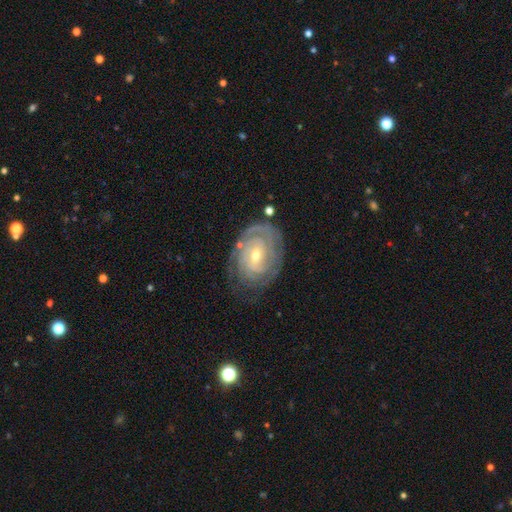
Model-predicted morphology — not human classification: smooth-or-featured: featured or disk: 88% | smooth: 7% | star or artifact: 5%
  disk-edge-on: no: 97% | yes: 3%
    bar: no: 46% | weak: 40% | strong: 14%
    has-spiral-arms: yes: 96% | no: 4%
      spiral-winding: tight: 83% | medium: 14% | loose: 3%
      spiral-arm-count: can't tell: 33% | 2: 27% | 3: 18% | 4: 11% | more than 4: 6% | 1: 5%
    bulge-size: small: 56% | moderate: 41% | large: 1% | none: 1% | dominant: 1%
  merging: none: 73% | minor disturbance: 18% | major disturbance: 7% | merger: 2%